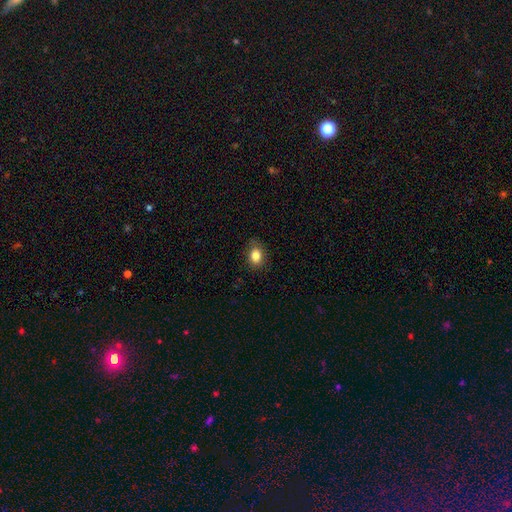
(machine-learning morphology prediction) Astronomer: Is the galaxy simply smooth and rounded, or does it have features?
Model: smooth — 84%.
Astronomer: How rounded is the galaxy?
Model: in between — 67%.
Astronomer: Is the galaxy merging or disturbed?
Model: none — 81%.